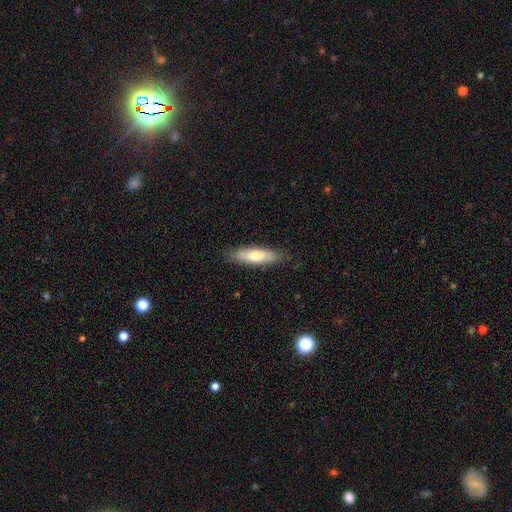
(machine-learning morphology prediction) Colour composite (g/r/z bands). It shows a smooth galaxy with no disk features (67%) that is cigar-shaped (61%). Merging: none (83%).